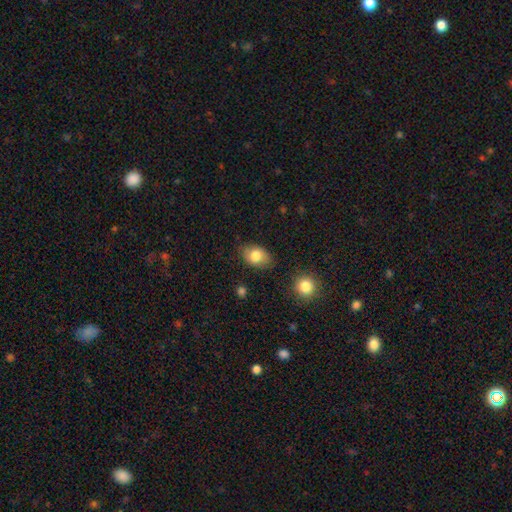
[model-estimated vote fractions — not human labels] This appears to be a smooth galaxy with no disk features (80%) that is in between round and cigar-shaped (83%). Merging: none (81%).